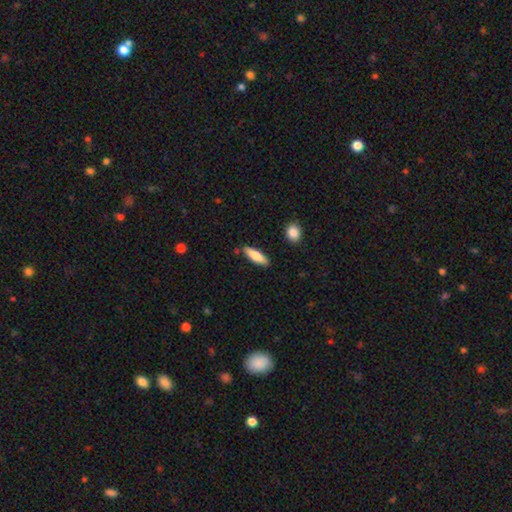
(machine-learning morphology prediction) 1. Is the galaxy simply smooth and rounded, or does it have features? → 82% smooth, 12% featured or disk, 6% star or artifact.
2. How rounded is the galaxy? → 56% cigar-shaped, 42% in between, 2% round.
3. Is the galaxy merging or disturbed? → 85% none, 10% minor disturbance, 2% merger, 2% major disturbance.